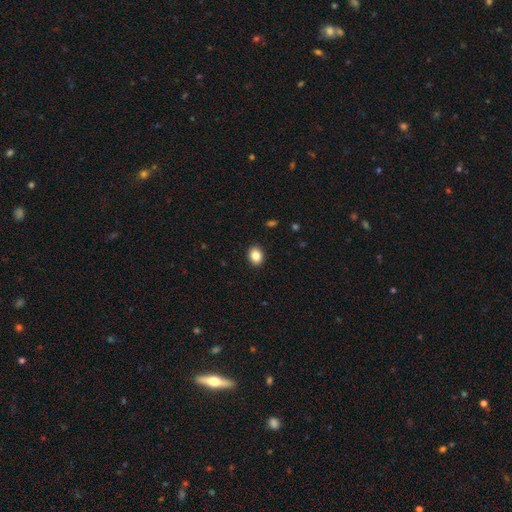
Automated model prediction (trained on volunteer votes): Q: Smooth or featured?
A: smooth (85%); runner-up: star or artifact (9%)
Q: How rounded?
A: round (55%); runner-up: in between (45%)
Q: Merging?
A: none (91%); runner-up: minor disturbance (6%)